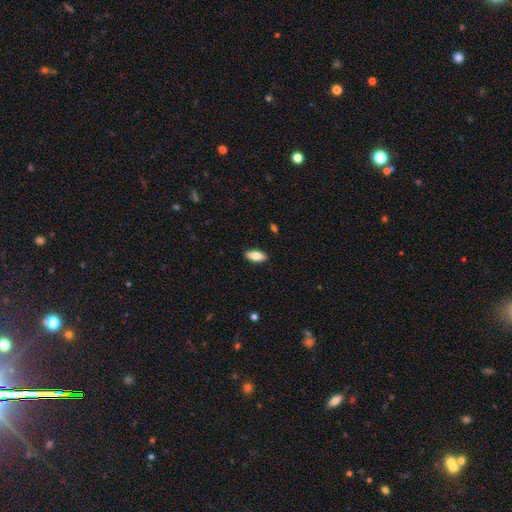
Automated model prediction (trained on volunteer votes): Overall: smooth (75%). How rounded: in between (83%). Merging: none (89%).